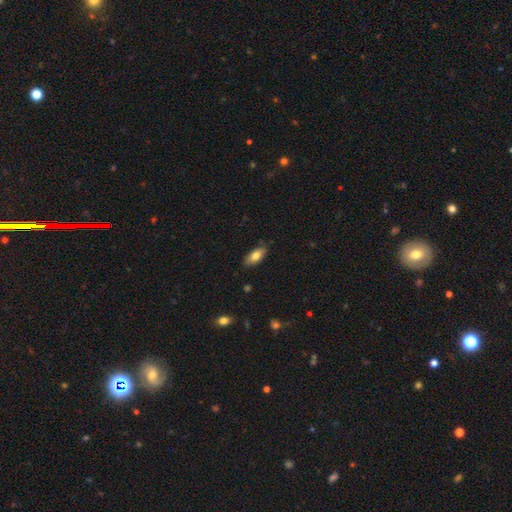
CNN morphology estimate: type=smooth (77%); roundness=in between (85%); merging=none (83%).